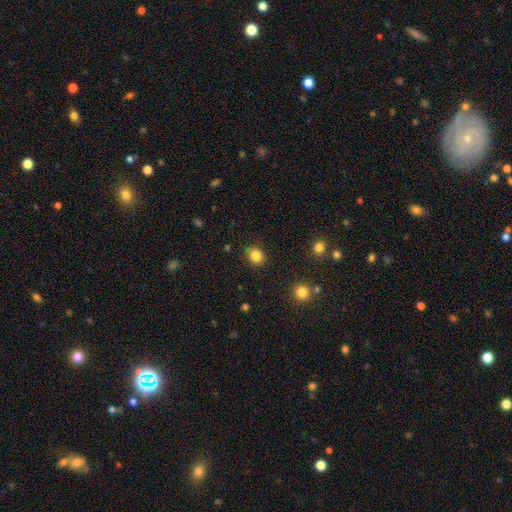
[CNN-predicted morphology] A smooth galaxy with no disk features (84%) that is round (64%).

Vote fractions:
- Smooth or featured? smooth: 84% / star or artifact: 11% / featured or disk: 5%
- How rounded? round: 64% / in between: 35% / cigar-shaped: 1%
- Merging? none: 89% / minor disturbance: 7% / major disturbance: 2% / merger: 1%